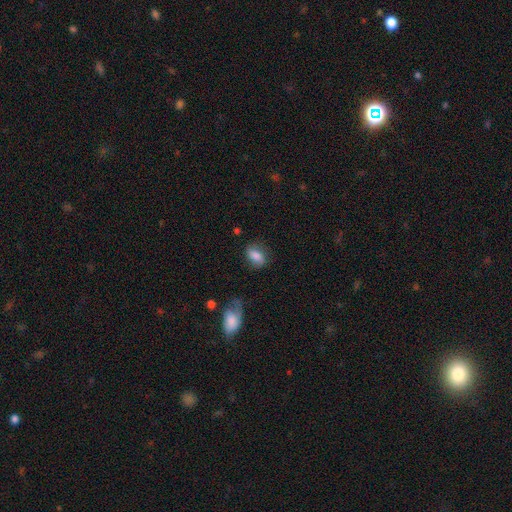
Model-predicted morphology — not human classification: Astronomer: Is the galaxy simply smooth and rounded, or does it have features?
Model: smooth — 80%.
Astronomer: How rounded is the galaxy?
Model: in between — 84%.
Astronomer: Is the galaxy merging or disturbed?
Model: none — 70%.